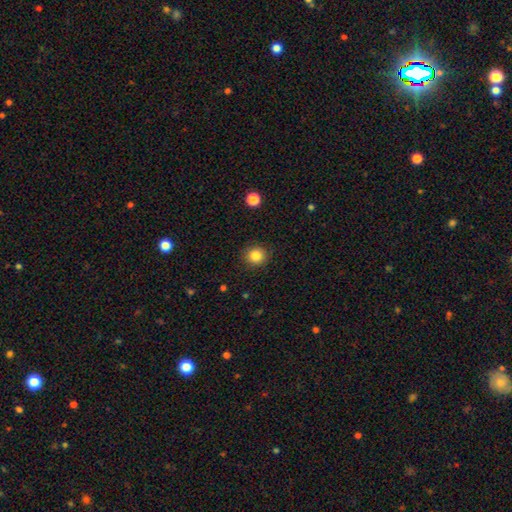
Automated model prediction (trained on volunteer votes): Smooth or featured? smooth (85%)
How rounded? round (89%)
Merging? none (90%)